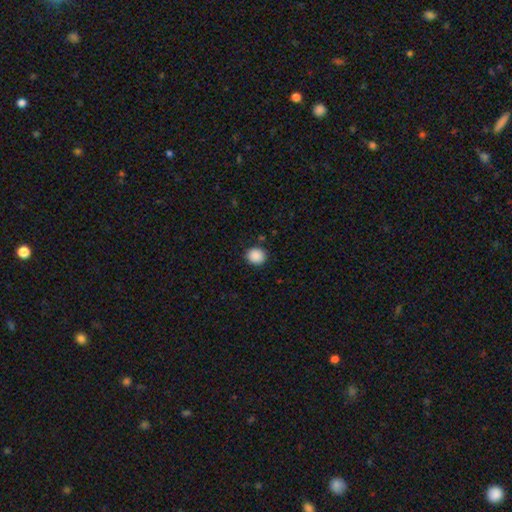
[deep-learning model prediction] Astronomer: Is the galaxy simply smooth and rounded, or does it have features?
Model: smooth — 89%.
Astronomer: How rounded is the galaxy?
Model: round — 81%.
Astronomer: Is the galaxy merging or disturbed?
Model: none — 89%.